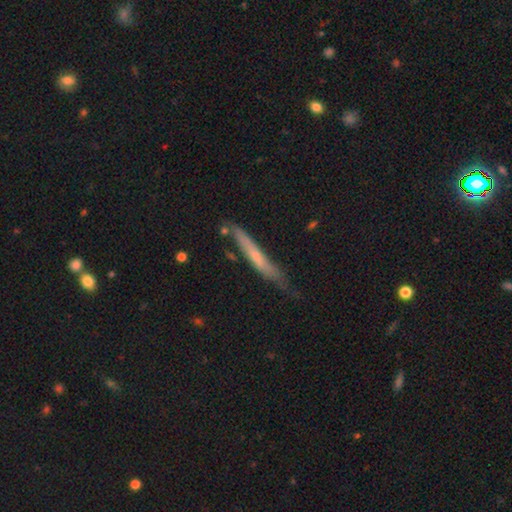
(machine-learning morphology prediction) The model was most divided on "smooth or featured": featured or disk: 48%, smooth: 46%, star or artifact: 7%. More confident: merging — none (66%).